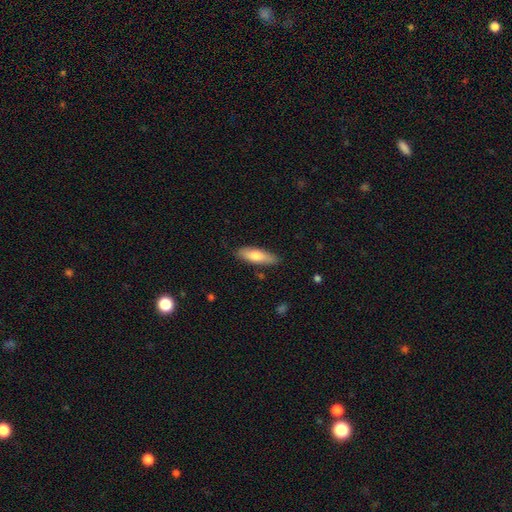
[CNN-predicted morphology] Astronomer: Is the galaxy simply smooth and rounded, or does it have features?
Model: smooth — 73%.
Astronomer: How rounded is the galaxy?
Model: cigar-shaped — 54% (runner-up: in between, 44%).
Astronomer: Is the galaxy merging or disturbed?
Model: none — 85%.